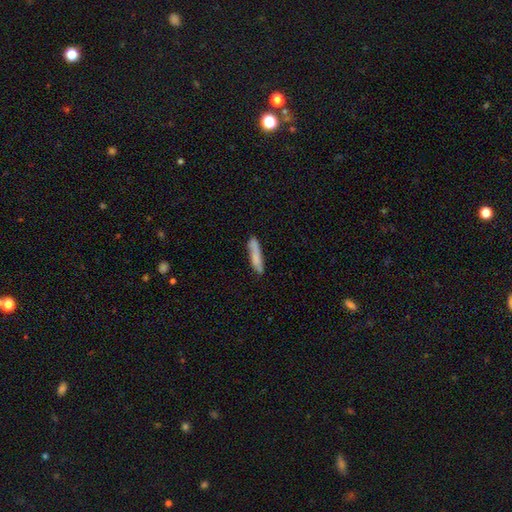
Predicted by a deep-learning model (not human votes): smooth-or-featured: smooth: 73% | featured or disk: 21% | star or artifact: 7%
  how-rounded: cigar-shaped: 86% | in between: 12% | round: 1%
  merging: none: 74% | minor disturbance: 18% | major disturbance: 4% | merger: 3%